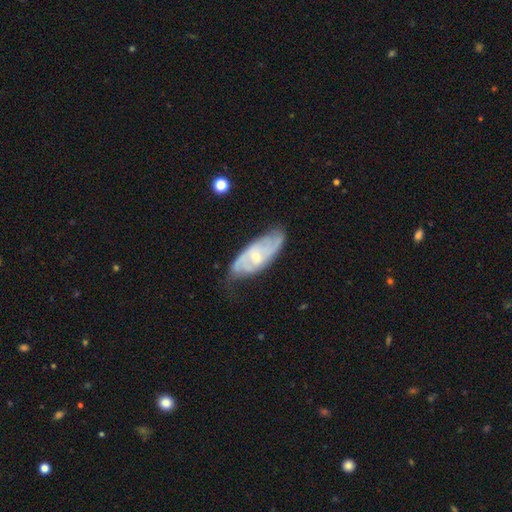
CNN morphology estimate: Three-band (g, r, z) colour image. It shows a featured or disk galaxy (76%) with no bar (54%), 2 (48%) medium (42%) spiral arms (91%) and a small central bulge (62%). Merging: none (68%).